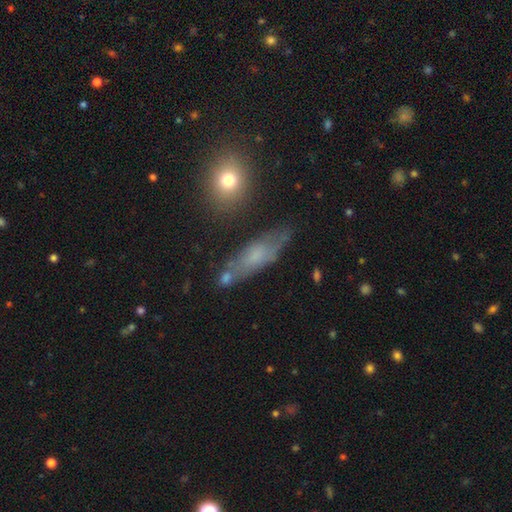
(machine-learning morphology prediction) This appears to be a smooth galaxy with no disk features (46%). Merging: none (68%).